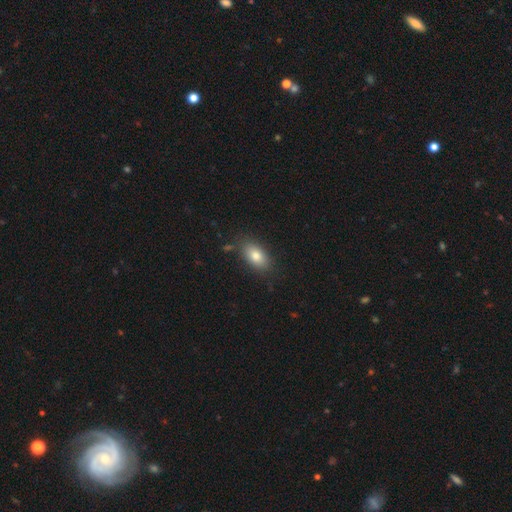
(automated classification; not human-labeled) This is likely a smooth galaxy (80%). How rounded: clearly in between (89%). Merging: clearly none (82%).